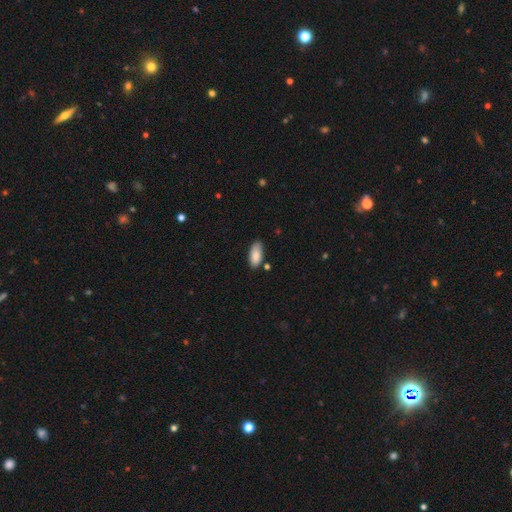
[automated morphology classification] smooth-or-featured: smooth: 87% | featured or disk: 7% | star or artifact: 6%
  how-rounded: in between: 88% | cigar-shaped: 10% | round: 2%
  merging: none: 77% | minor disturbance: 17% | merger: 3% | major disturbance: 3%